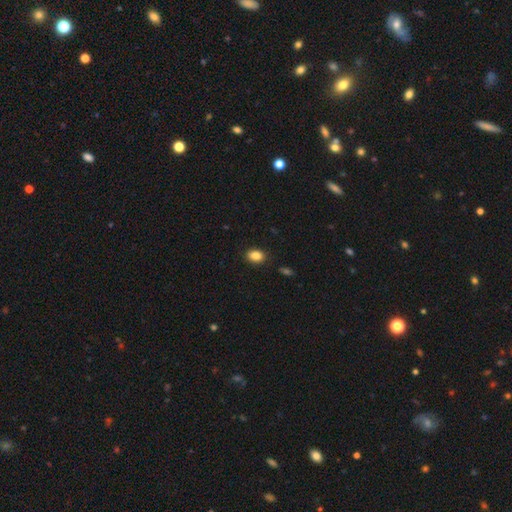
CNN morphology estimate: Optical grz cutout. It shows a smooth galaxy with no disk features (86%) that is in between round and cigar-shaped (82%). Merging: none (87%).